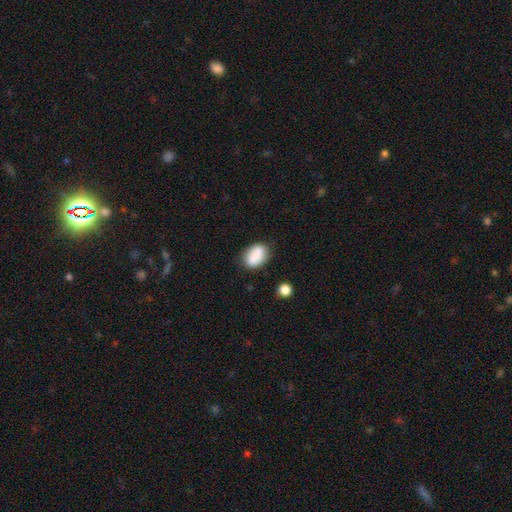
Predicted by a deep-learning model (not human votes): The model was most divided on "merging": none: 76%, minor disturbance: 16%, major disturbance: 4%, merger: 4%. More confident: smooth or featured — smooth (85%); how rounded — in between (83%).